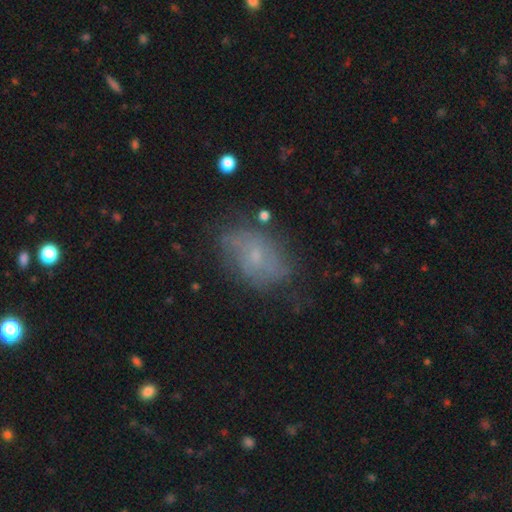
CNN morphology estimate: The model was most divided on "smooth or featured": featured or disk: 44%, smooth: 43%, star or artifact: 13%. More confident: merging — none (64%).